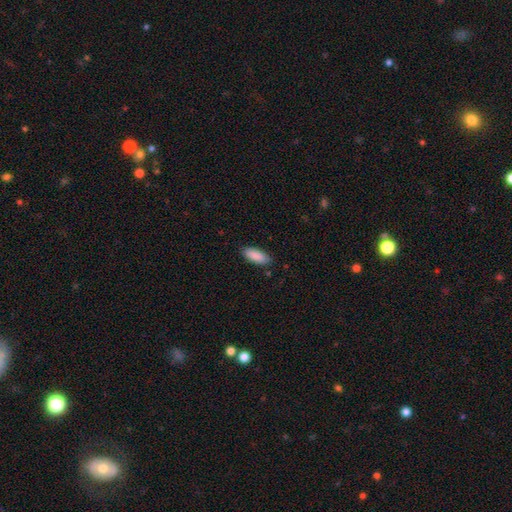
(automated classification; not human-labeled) Overall: smooth (90%). How rounded: in between (78%). Merging: none (87%).